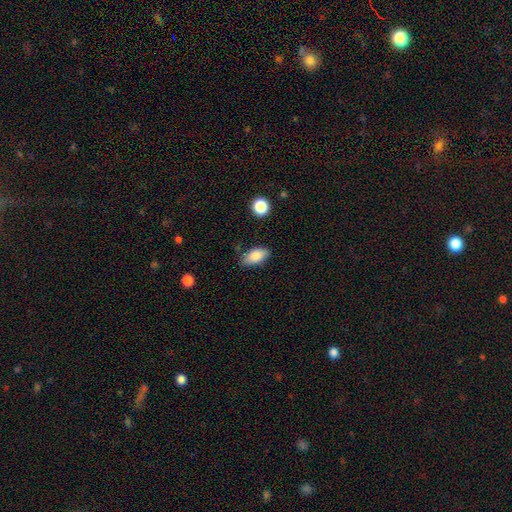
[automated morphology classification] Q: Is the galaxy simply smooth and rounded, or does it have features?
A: smooth — 85%.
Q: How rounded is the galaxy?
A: in between — 91%.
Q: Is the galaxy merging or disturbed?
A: none — 78%.